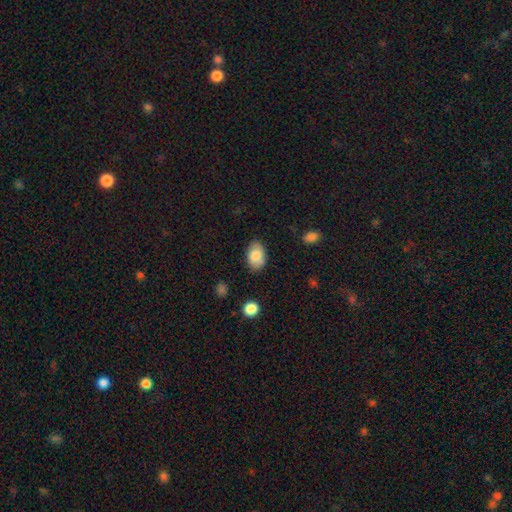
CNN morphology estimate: type=smooth (82%); roundness=in between (91%); merging=none (82%).